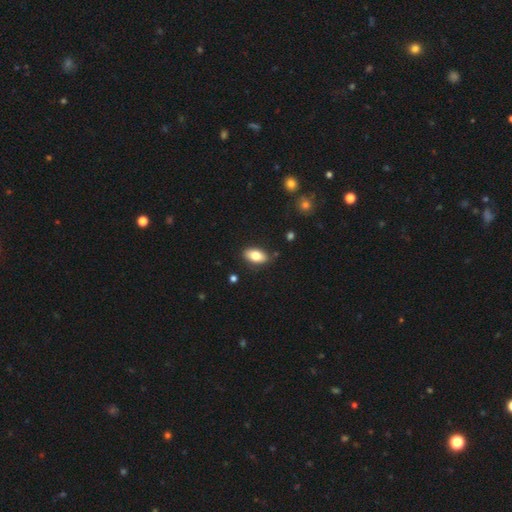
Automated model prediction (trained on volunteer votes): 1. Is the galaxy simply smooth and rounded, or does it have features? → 79% smooth, 14% featured or disk, 7% star or artifact.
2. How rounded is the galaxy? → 92% in between, 4% cigar-shaped, 4% round.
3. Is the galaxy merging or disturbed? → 85% none, 11% minor disturbance, 2% major disturbance, 2% merger.